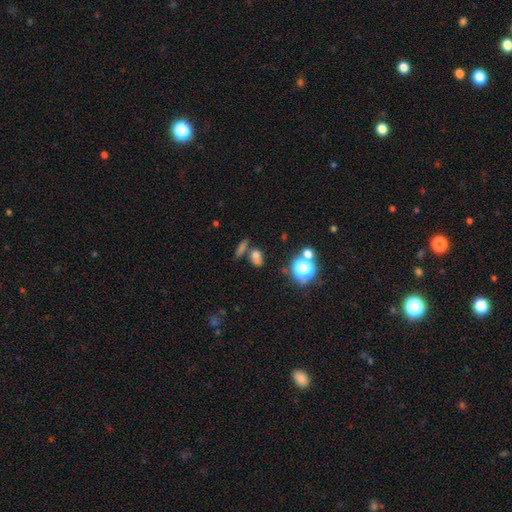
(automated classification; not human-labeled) This appears to be a smooth galaxy with no disk features (67%) that is in between round and cigar-shaped (61%). Merging: none (56%).